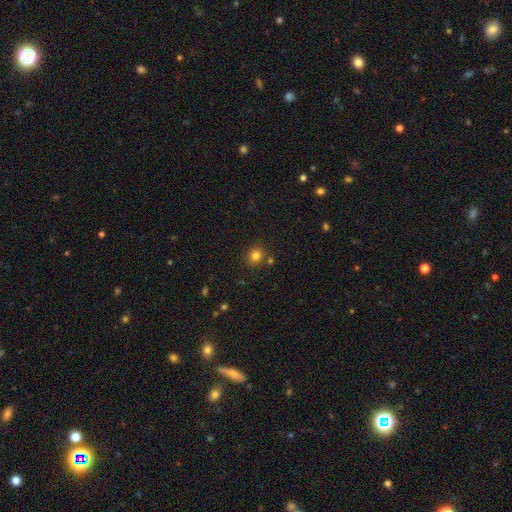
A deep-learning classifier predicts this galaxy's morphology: Smooth or featured? Predicted: smooth (p=0.81). How rounded? Predicted: round (p=0.88). Merging? Predicted: none (p=0.83).